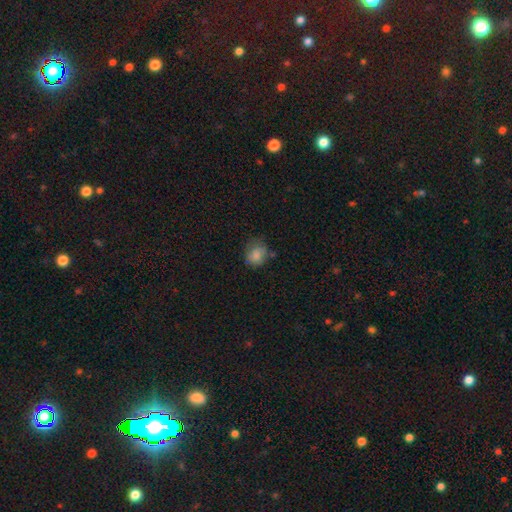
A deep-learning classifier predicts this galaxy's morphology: smooth_or_featured: smooth (p=0.80) [alt: featured or disk p=0.10]
how_rounded: round (p=0.65) [alt: in between p=0.34]
merging: none (p=0.57) [alt: minor disturbance p=0.28]